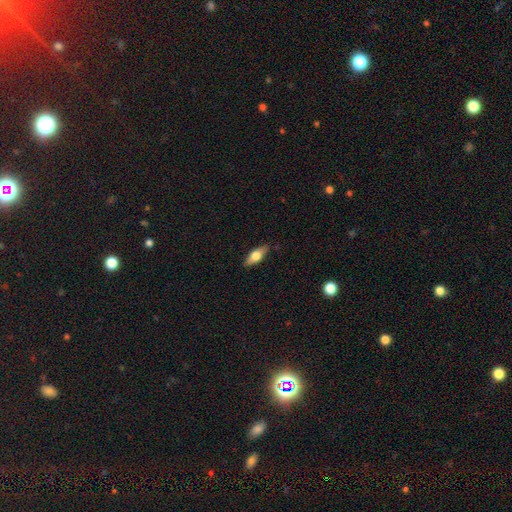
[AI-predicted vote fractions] The model was most divided on "smooth or featured": smooth: 56%, featured or disk: 38%, star or artifact: 6%. More confident: merging — none (86%); how rounded — in between (66%).